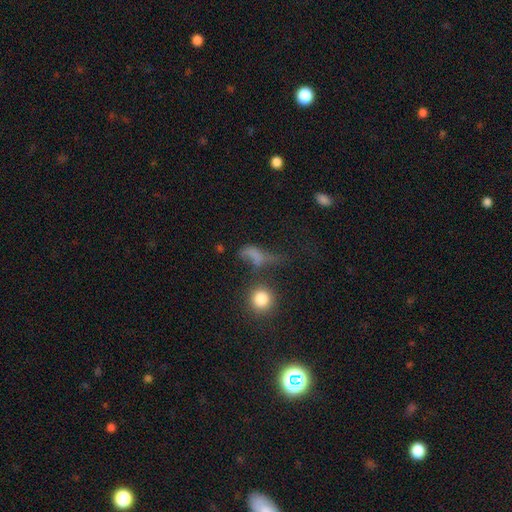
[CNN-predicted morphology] A smooth galaxy with no disk features (57%) that is in between round and cigar-shaped (51%).

Vote fractions:
- Smooth or featured? smooth: 57% / featured or disk: 22% / star or artifact: 21%
- How rounded? in between: 51% / cigar-shaped: 25% / round: 24%
- Merging? major disturbance: 35% / none: 32% / minor disturbance: 18% / merger: 16%